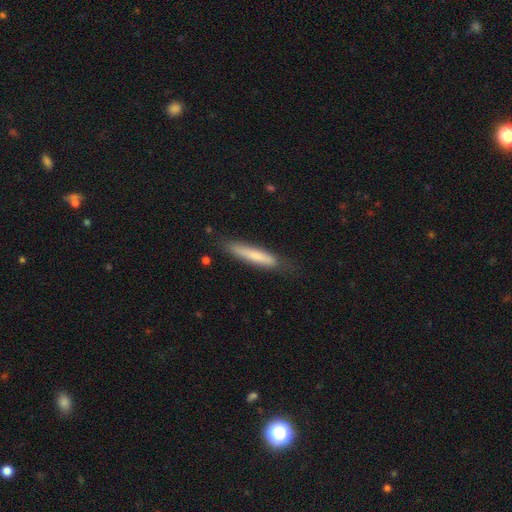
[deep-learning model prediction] smooth 71%, featured or disk 23%, star or artifact 6%. Down the decision tree: how rounded — cigar-shaped (91%); merging — none (78%).